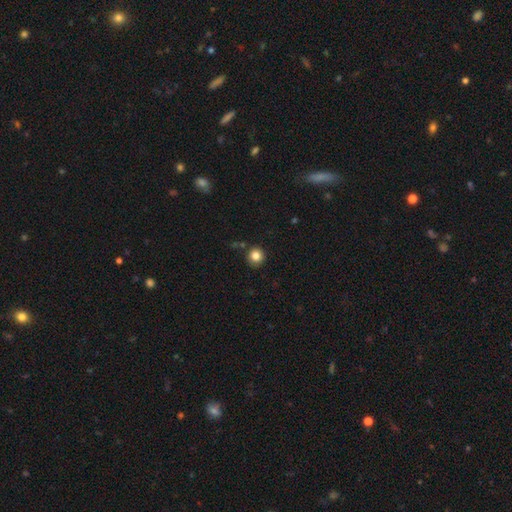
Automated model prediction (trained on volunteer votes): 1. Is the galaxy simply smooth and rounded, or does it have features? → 83% smooth, 11% star or artifact, 6% featured or disk.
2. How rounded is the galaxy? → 93% round, 6% in between, 1% cigar-shaped.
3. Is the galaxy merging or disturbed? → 86% none, 8% minor disturbance, 3% merger, 2% major disturbance.